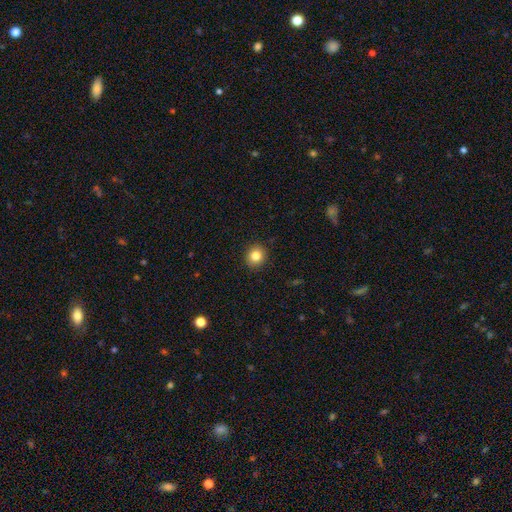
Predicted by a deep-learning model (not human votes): The model was most divided on "smooth or featured": smooth: 83%, star or artifact: 11%, featured or disk: 6%. More confident: merging — none (92%); how rounded — round (86%).